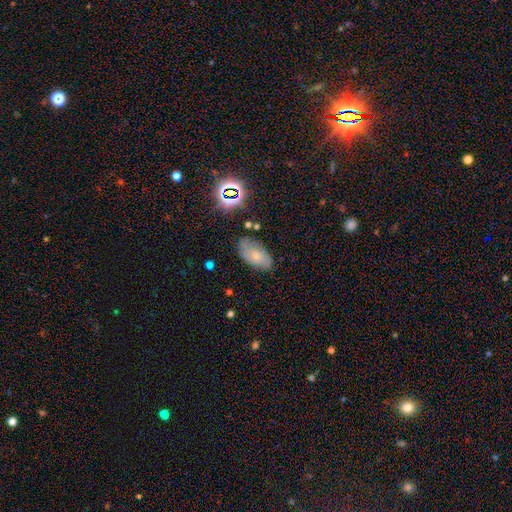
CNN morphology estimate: type=smooth (53%); roundness=in between (92%); merging=none (69%).